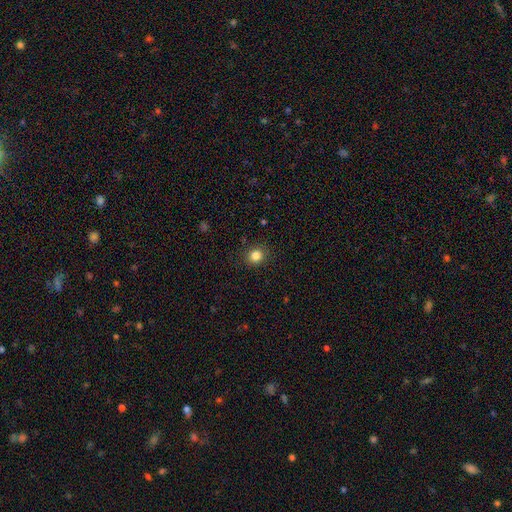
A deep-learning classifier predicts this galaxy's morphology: A smooth galaxy with no disk features (83%) that is round (82%). Merging: none (90%).